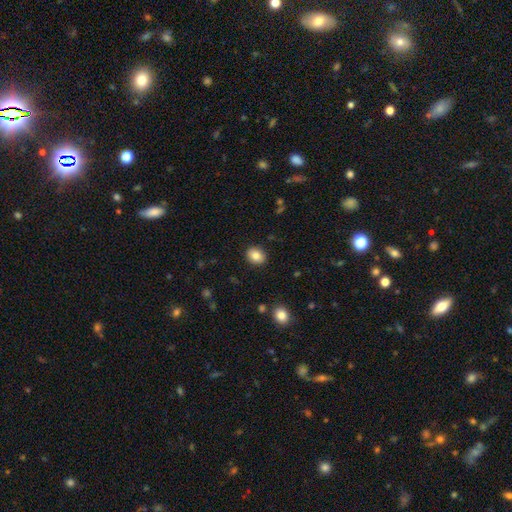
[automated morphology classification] smooth-or-featured: smooth: 85% | star or artifact: 9% | featured or disk: 7%
  how-rounded: round: 50% | in between: 49% | cigar-shaped: 1%
  merging: none: 89% | minor disturbance: 7% | major disturbance: 2% | merger: 1%